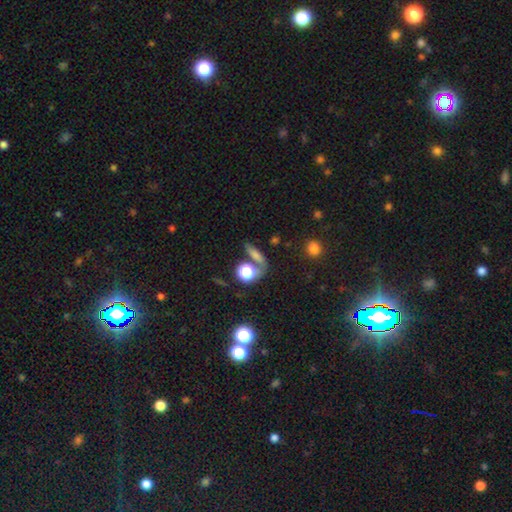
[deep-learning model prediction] smooth 61%, featured or disk 20%, star or artifact 19%. Down the decision tree: how rounded — in between (35%); merging — none (52%).